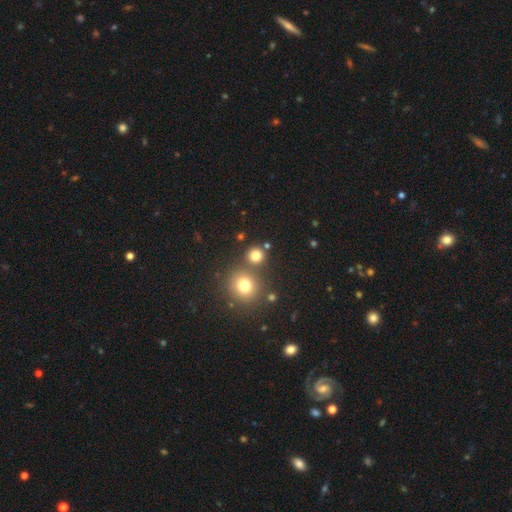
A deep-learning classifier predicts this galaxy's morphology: type=smooth (77%); roundness=round (91%); merging=none (76%).